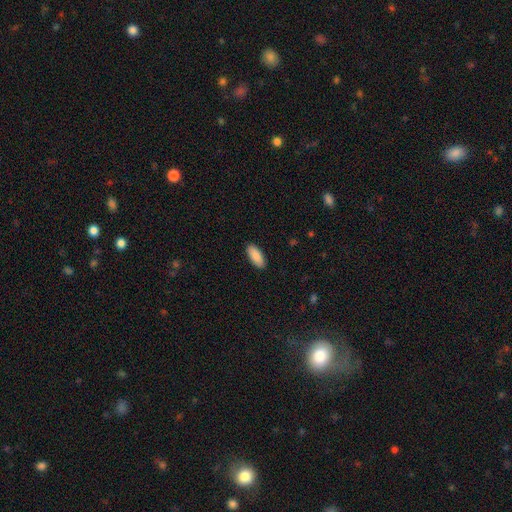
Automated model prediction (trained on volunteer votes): Morphology: type=smooth (90%); roundness=in between (84%); merging=none (90%).